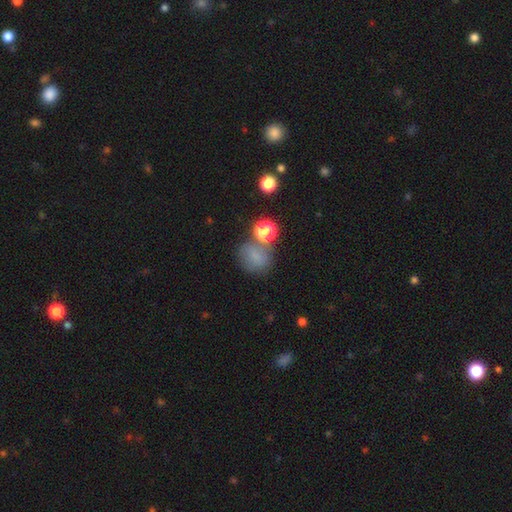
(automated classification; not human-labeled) A smooth galaxy with no disk features (67%) that is round (70%).

Vote fractions:
- Smooth or featured? smooth: 67% / star or artifact: 21% / featured or disk: 12%
- How rounded? round: 70% / in between: 29% / cigar-shaped: 1%
- Merging? none: 56% / minor disturbance: 18% / merger: 15% / major disturbance: 10%